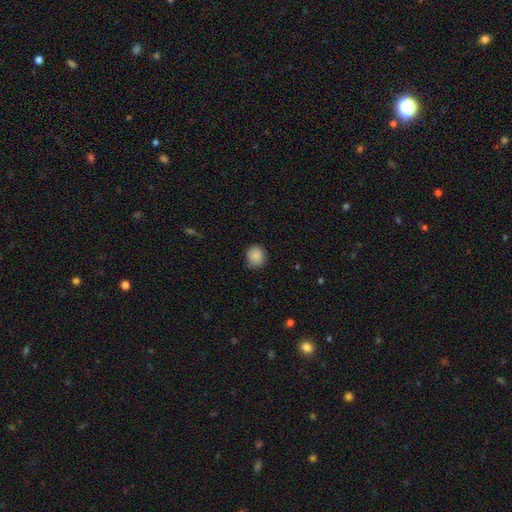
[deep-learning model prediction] This appears to be a smooth galaxy with no disk features (87%) that is round (77%). Merging: none (80%).